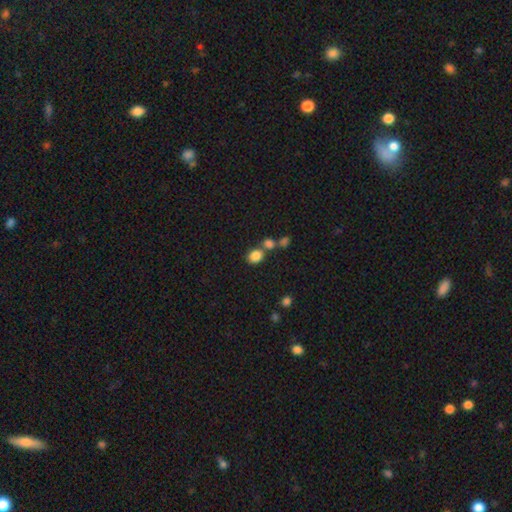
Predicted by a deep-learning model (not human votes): Morphology: type=smooth (83%); roundness=round (57%); merging=none (56%).